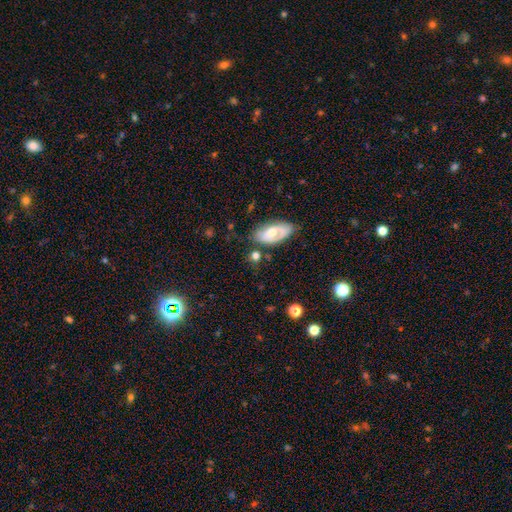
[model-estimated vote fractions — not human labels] Morphology: type=smooth (59%); roundness=in between (63%); merging=none (64%).